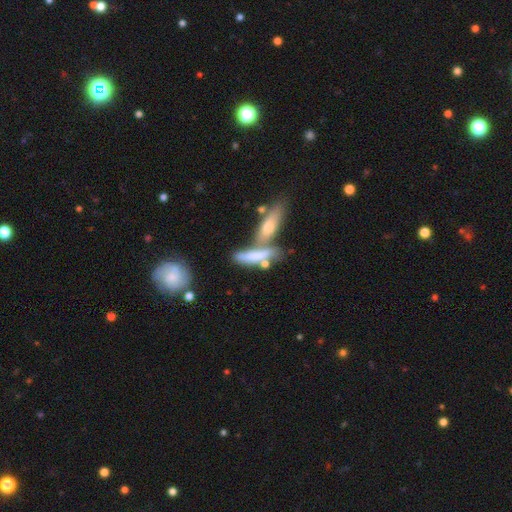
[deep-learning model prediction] This appears to be a smooth galaxy with no disk features (65%) that is cigar-shaped (67%). Merging: merger (46%).